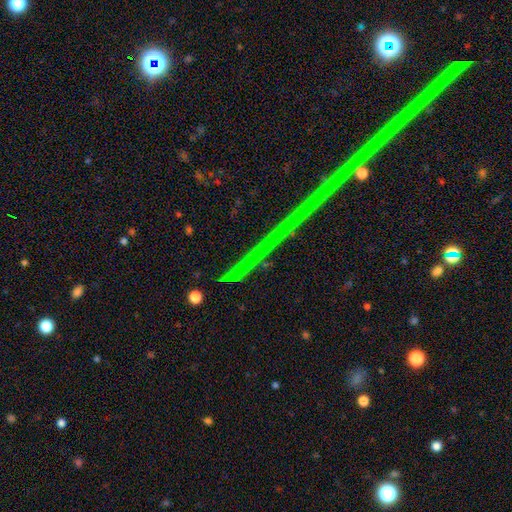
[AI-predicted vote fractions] Smooth or featured?
  - star or artifact: 79% *
  - featured or disk: 13%
  - smooth: 8%